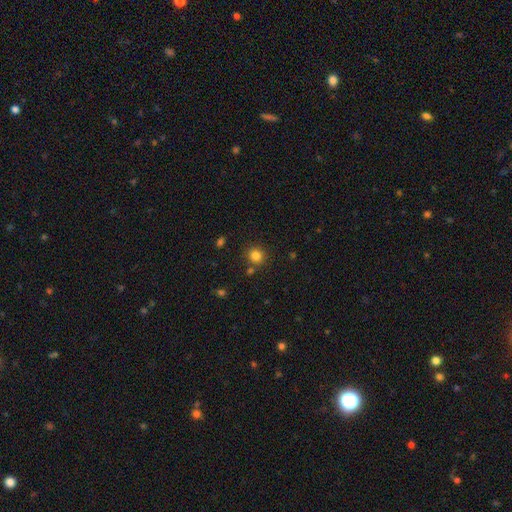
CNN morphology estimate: A smooth galaxy with no disk features (82%) that is round (89%).

Vote fractions:
- Smooth or featured? smooth: 82% / star or artifact: 13% / featured or disk: 5%
- How rounded? round: 89% / in between: 10% / cigar-shaped: 1%
- Merging? none: 80% / merger: 8% / minor disturbance: 8% / major disturbance: 3%